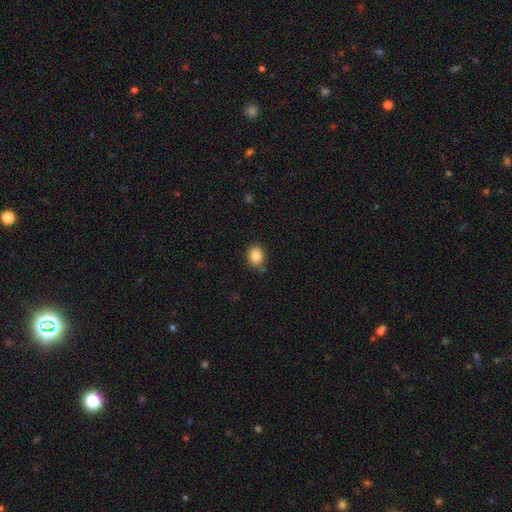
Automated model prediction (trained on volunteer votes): This is clearly a smooth galaxy (87%). How rounded: possibly round (56%). Merging: clearly none (81%).